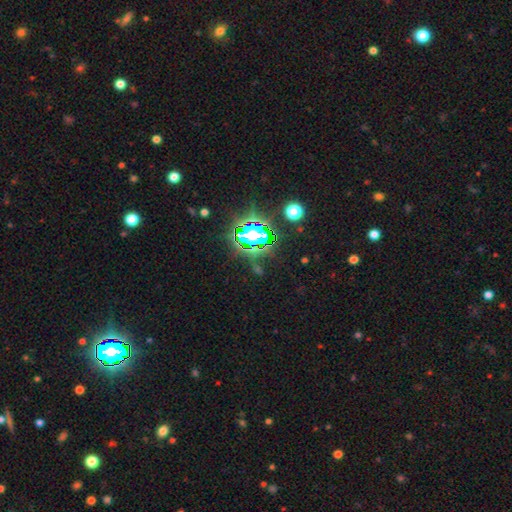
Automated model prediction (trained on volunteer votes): Overall: star or artifact (83%).